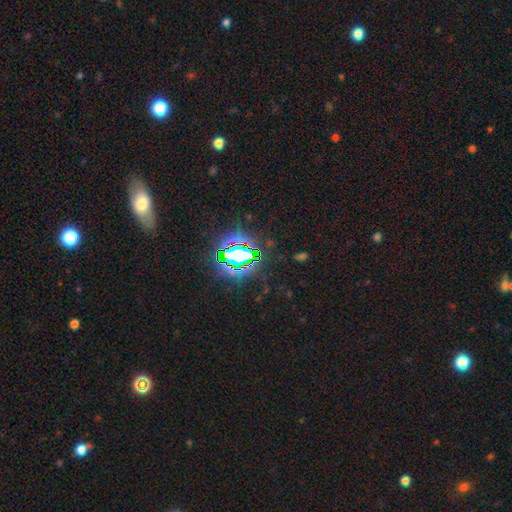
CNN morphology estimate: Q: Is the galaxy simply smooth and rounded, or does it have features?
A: star or artifact — 74%.